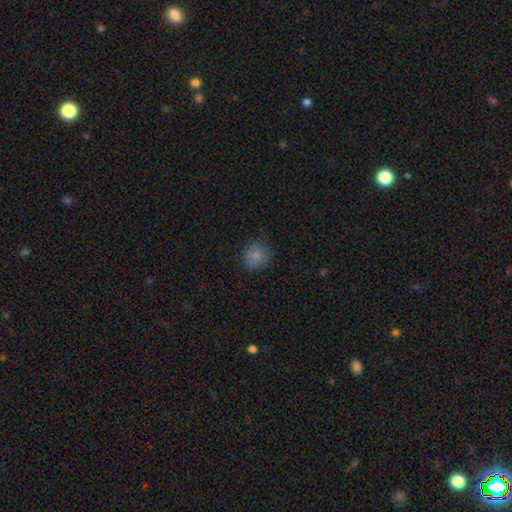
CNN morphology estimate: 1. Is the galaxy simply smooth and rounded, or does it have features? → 83% smooth, 10% star or artifact, 7% featured or disk.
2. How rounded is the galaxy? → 87% round, 12% in between, 1% cigar-shaped.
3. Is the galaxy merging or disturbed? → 80% none, 15% minor disturbance, 4% major disturbance, 1% merger.